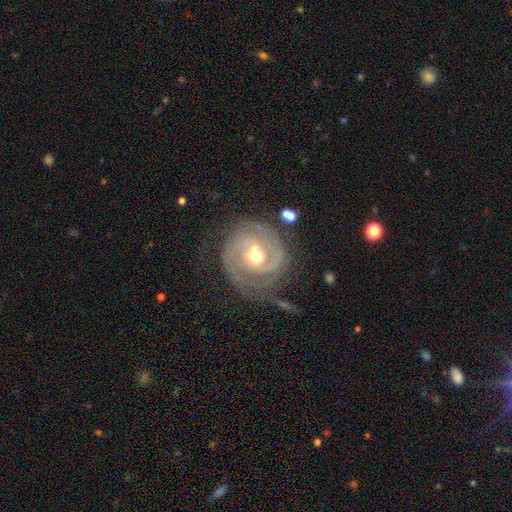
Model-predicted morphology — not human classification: Q: Smooth or featured?
A: featured or disk (84%); runner-up: smooth (10%)
Q: Edge-on disk?
A: no (98%); runner-up: yes (2%)
Q: Bar?
A: no (66%); runner-up: weak (26%)
Q: Spiral arms?
A: yes (93%); runner-up: no (7%)
Q: Spiral winding?
A: tight (66%); runner-up: medium (27%)
Q: Spiral arm count?
A: 2 (57%); runner-up: can't tell (18%)
Q: Bulge size?
A: moderate (56%); runner-up: small (38%)
Q: Merging?
A: none (58%); runner-up: minor disturbance (18%)